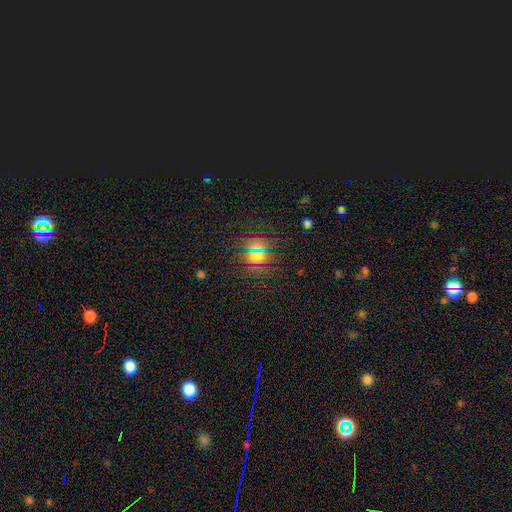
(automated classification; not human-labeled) Smooth or featured: star or artifact — 63% (smooth — 27%)